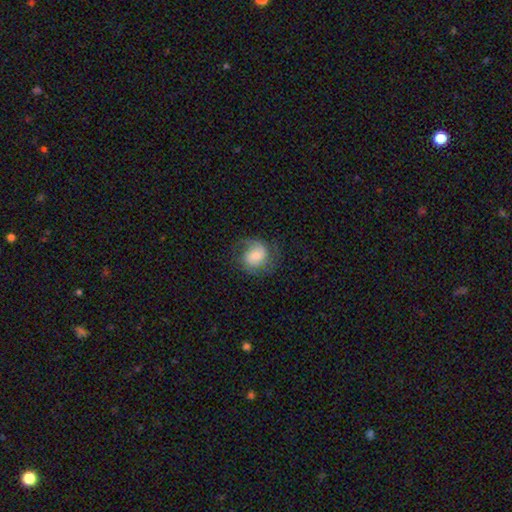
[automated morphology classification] featured or disk 56%, smooth 35%, star or artifact 9%. Down the decision tree: edge-on disk — no (98%); bar — no (46%); spiral arms — yes (90%); bulge size — moderate (34%); merging — none (64%).